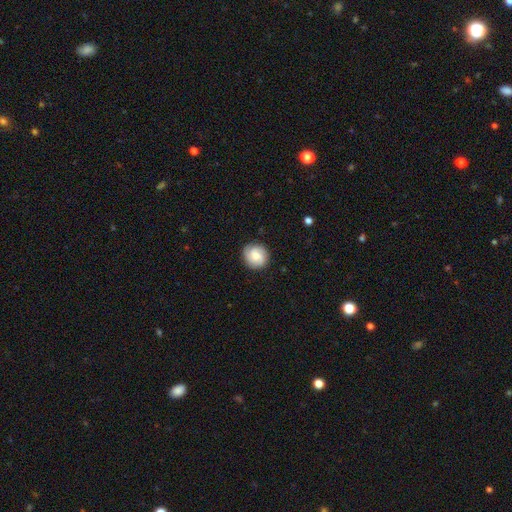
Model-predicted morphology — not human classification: Smooth or featured? Predicted: smooth (p=0.54). How rounded? Predicted: round (p=0.85). Merging? Predicted: none (p=0.85).